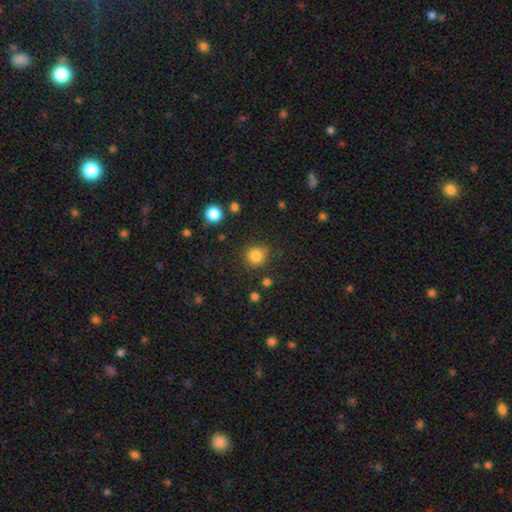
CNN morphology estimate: Smooth or featured? smooth (84%)
How rounded? round (91%)
Merging? none (81%)